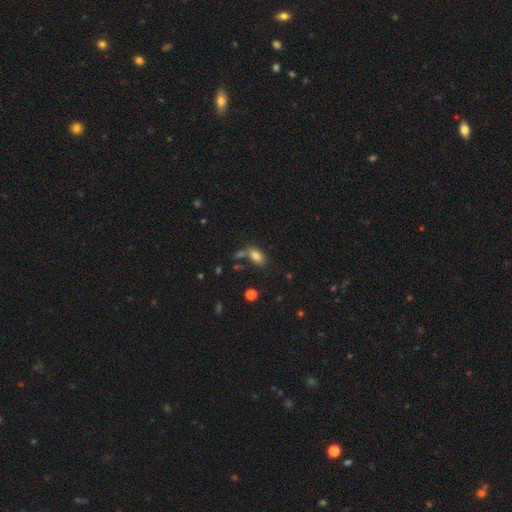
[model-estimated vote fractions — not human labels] This appears to be a smooth galaxy with no disk features (79%) that is in between round and cigar-shaped (89%). Merging: none (58%).